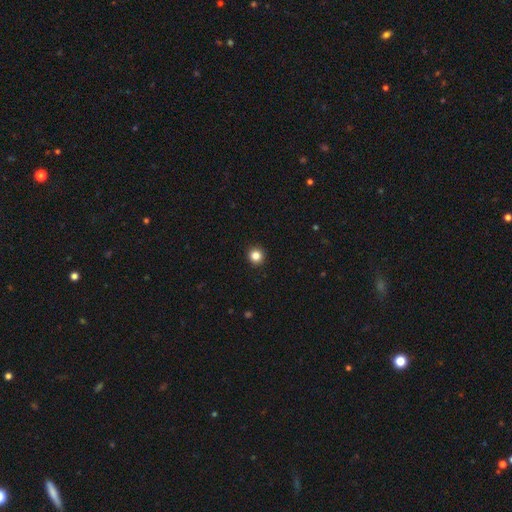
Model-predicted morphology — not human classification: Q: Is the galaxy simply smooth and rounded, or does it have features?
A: smooth — 85%.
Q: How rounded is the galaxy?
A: round — 95%.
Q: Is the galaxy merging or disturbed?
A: none — 93%.